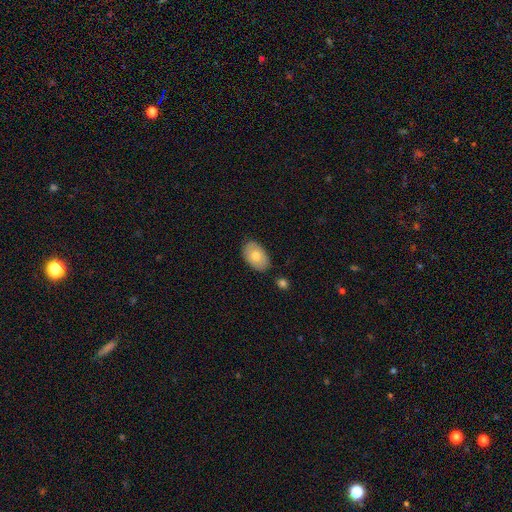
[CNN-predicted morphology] Overall: smooth (74%). How rounded: in between (90%). Merging: none (81%).